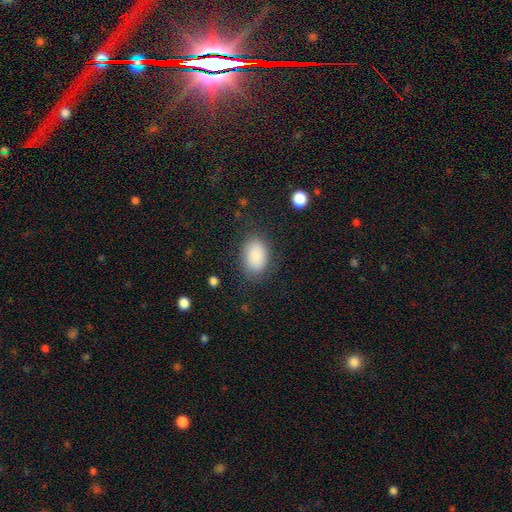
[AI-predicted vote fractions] smooth 88%, star or artifact 7%, featured or disk 4%. Down the decision tree: how rounded — in between (77%); merging — none (81%).